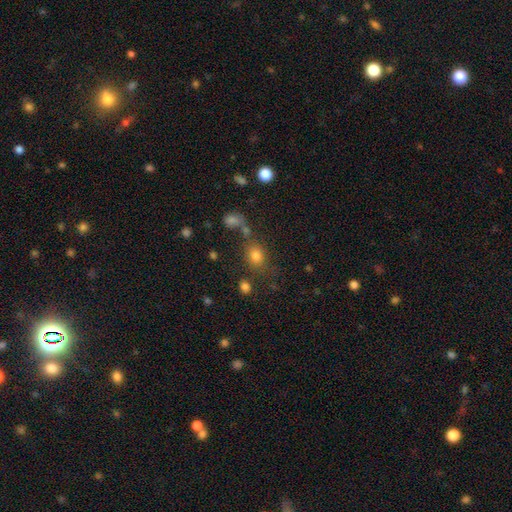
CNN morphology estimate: Smooth or featured? Predicted: smooth (p=0.77). How rounded? Predicted: round (p=0.59). Merging? Predicted: none (p=0.68).